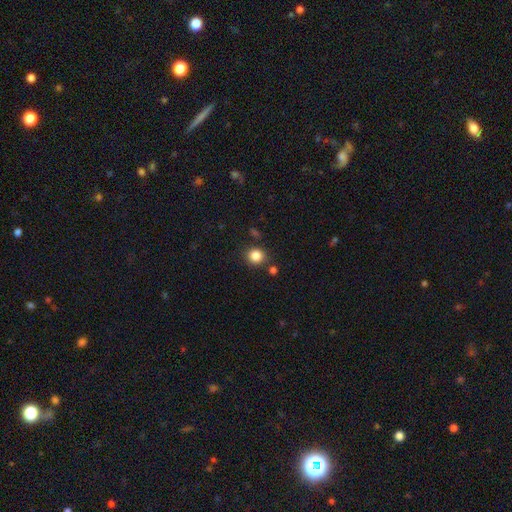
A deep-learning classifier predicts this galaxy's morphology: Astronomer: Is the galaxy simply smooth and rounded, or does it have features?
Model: smooth — 85%.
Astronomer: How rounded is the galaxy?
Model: round — 86%.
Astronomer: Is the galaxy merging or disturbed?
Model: none — 84%.